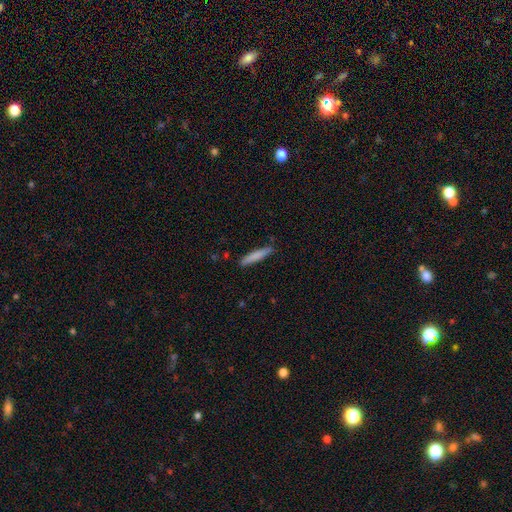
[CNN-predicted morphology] type=smooth (78%); roundness=cigar-shaped (93%); merging=none (87%).